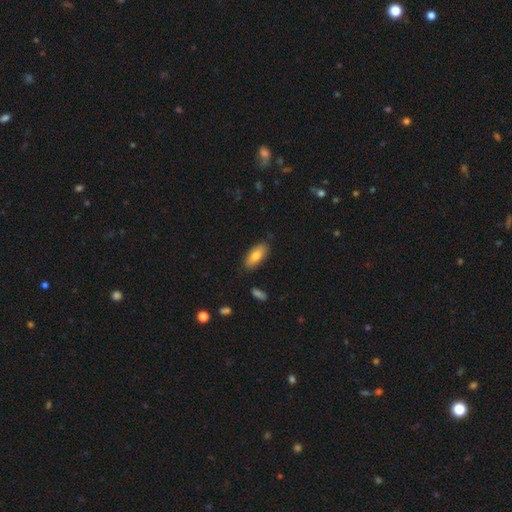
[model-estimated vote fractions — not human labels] smooth 77%, featured or disk 17%, star or artifact 7%. Down the decision tree: how rounded — in between (81%); merging — none (83%).